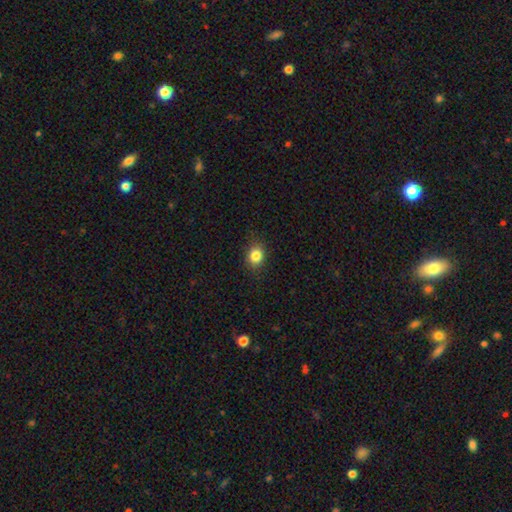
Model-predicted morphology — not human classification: smooth 84%, star or artifact 10%, featured or disk 5%. Down the decision tree: how rounded — round (54%); merging — none (85%).